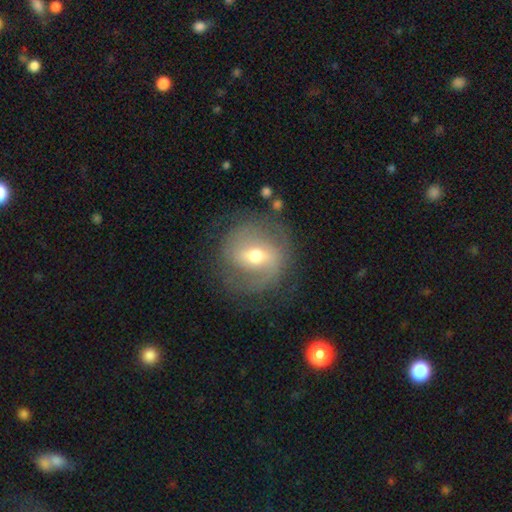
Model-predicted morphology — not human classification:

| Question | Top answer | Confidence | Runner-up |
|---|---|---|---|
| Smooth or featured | featured or disk | 68% | smooth (25%) |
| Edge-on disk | no | 95% | yes (5%) |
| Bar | weak | 48% | strong (34%) |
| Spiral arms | yes | 74% | no (26%) |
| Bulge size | moderate | 71% | small (20%) |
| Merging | none | 71% | minor disturbance (17%) |